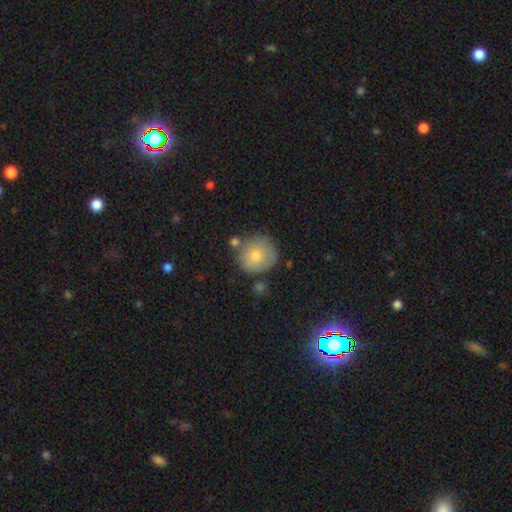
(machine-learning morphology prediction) The model was most divided on "merging": none: 66%, minor disturbance: 20%, merger: 9%, major disturbance: 6%. More confident: how rounded — round (88%); smooth or featured — smooth (77%).